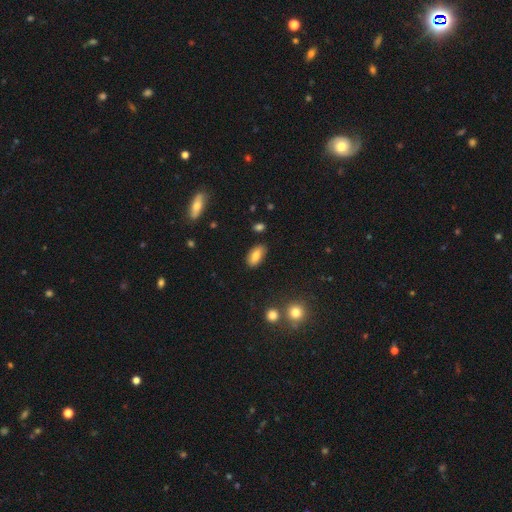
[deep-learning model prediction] A smooth galaxy with no disk features (80%) that is in between round and cigar-shaped (91%). Merging: none (82%).